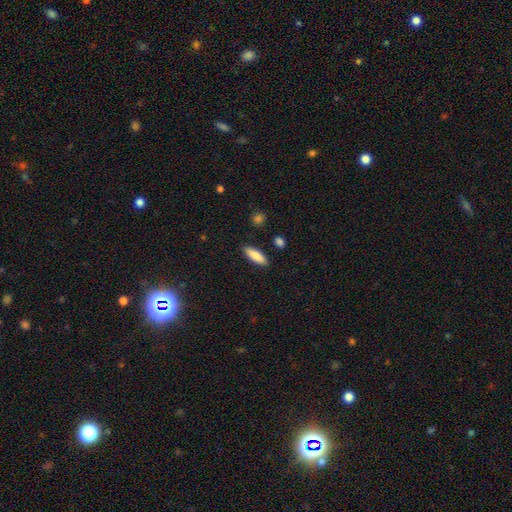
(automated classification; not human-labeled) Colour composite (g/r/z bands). It shows a smooth galaxy with no disk features (84%) that is in between round and cigar-shaped (53%). Merging: none (88%).